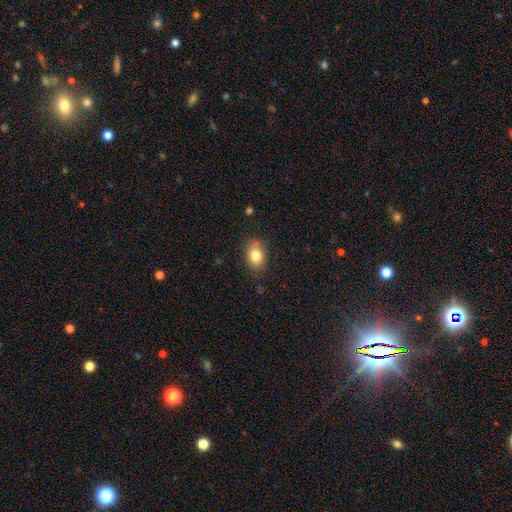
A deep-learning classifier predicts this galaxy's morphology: This is clearly a smooth galaxy (82%). How rounded: likely in between (69%). Merging: likely none (79%).